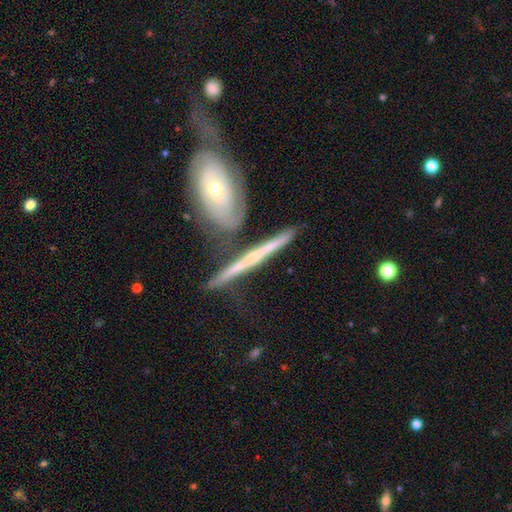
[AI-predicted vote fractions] Overall: featured or disk (71%). Edge-on disk: yes (80%). Edge-on bulge: none (53%; rounded 42%). Merging: none (64%).